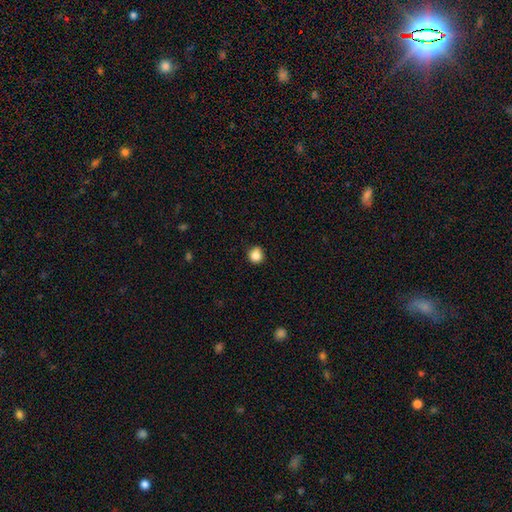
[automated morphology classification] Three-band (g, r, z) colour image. It shows a smooth galaxy with no disk features (86%) that is round (88%). Merging: none (83%).